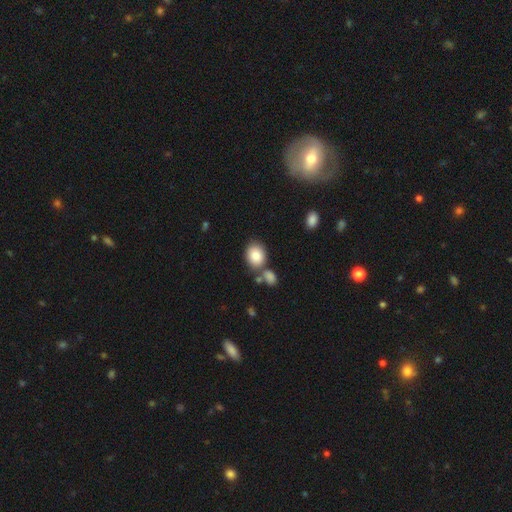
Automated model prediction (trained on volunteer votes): A smooth galaxy with no disk features (85%) that is in between round and cigar-shaped (51%). Merging: none (60%).